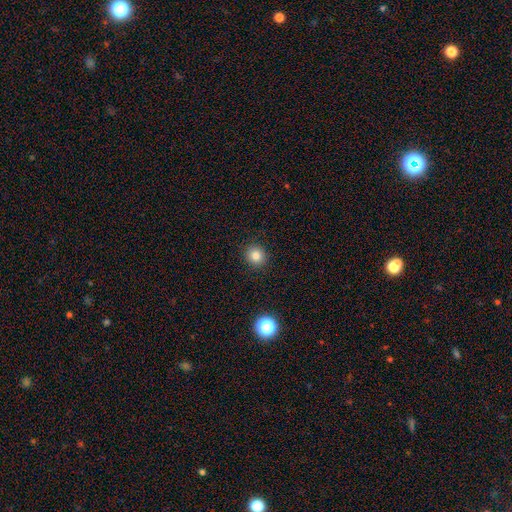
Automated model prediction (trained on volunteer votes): Smooth or featured? smooth (82%)
How rounded? round (89%)
Merging? none (92%)